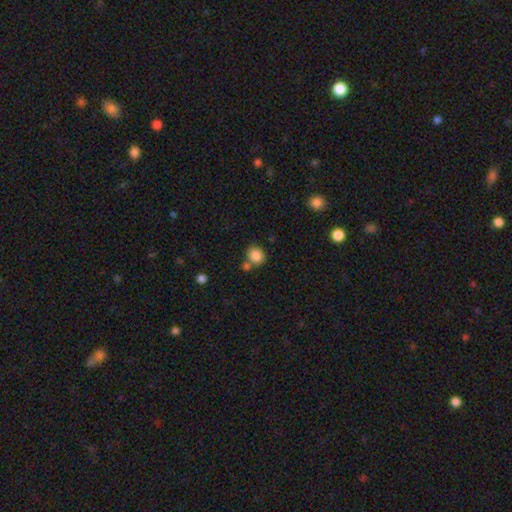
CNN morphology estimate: smooth_or_featured: smooth (p=0.86) [alt: star or artifact p=0.10]
how_rounded: round (p=0.81) [alt: in between p=0.18]
merging: none (p=0.65) [alt: merger p=0.21]